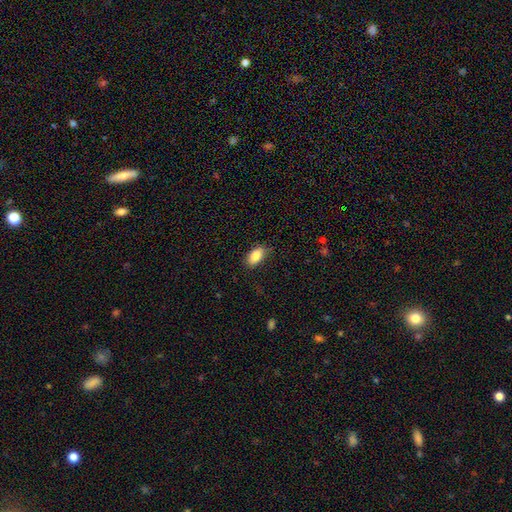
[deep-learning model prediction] This appears to be a smooth galaxy with no disk features (86%) that is in between round and cigar-shaped (92%). Merging: none (79%).